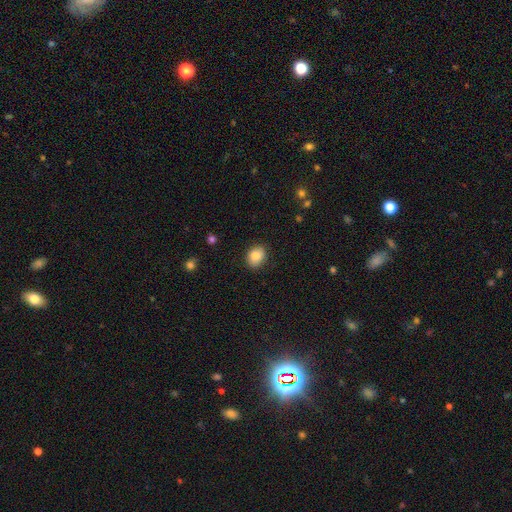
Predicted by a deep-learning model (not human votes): The model was most divided on "how rounded": in between: 51%, round: 48%, cigar-shaped: 1%. More confident: smooth or featured — smooth (86%); merging — none (86%).